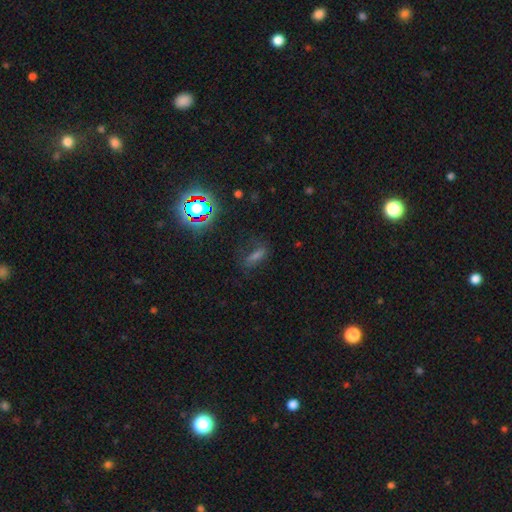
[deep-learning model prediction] A smooth galaxy with no disk features (41%). Merging: none (66%).